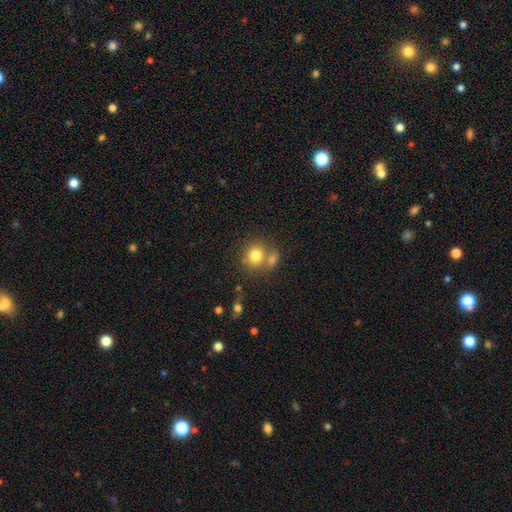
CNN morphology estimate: This is likely a smooth galaxy (80%). How rounded: clearly round (81%). Merging: possibly none (54%).